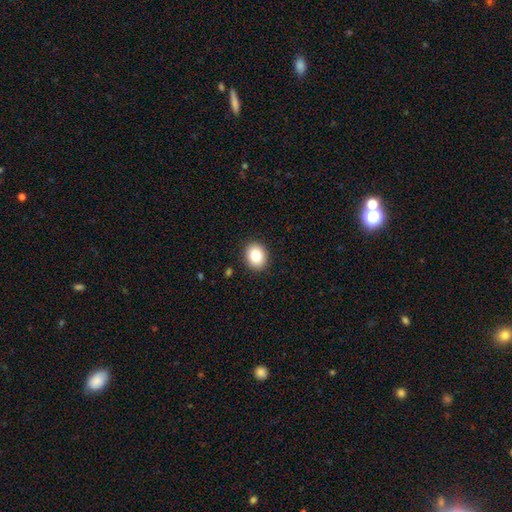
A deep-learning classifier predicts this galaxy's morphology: type=smooth (83%); roundness=round (60%); merging=none (91%).